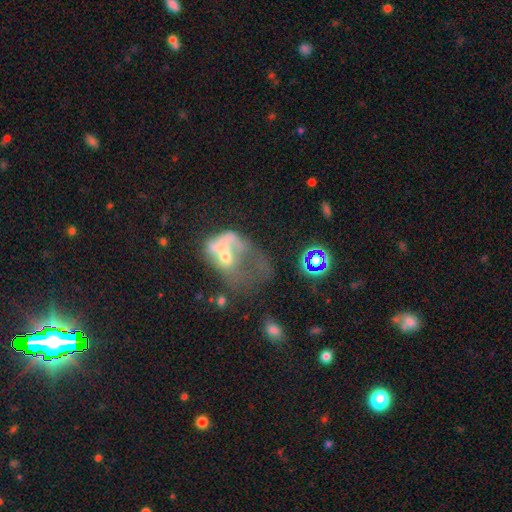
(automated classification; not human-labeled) Q: Smooth or featured?
A: featured or disk (49%); runner-up: smooth (28%)
Q: Merging?
A: major disturbance (44%); runner-up: none (22%)